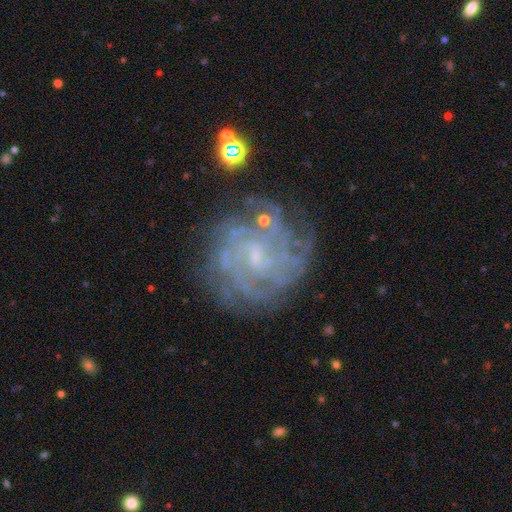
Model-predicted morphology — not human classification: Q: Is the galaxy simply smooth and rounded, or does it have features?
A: featured or disk — 82%.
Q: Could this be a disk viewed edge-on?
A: no — 98%.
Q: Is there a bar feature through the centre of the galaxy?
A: no — 47%.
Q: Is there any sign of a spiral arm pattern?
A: yes — 93%.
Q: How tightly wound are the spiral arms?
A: tight — 68%.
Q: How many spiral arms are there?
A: can't tell — 38%.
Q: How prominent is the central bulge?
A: small — 70%.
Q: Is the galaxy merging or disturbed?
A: none — 71%.